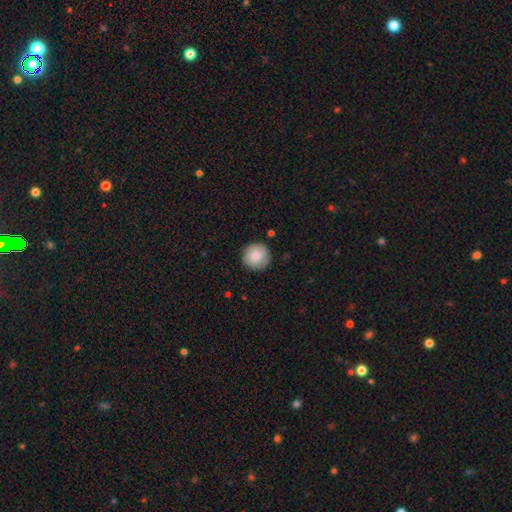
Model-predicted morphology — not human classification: type=smooth (83%); roundness=round (94%); merging=none (88%).